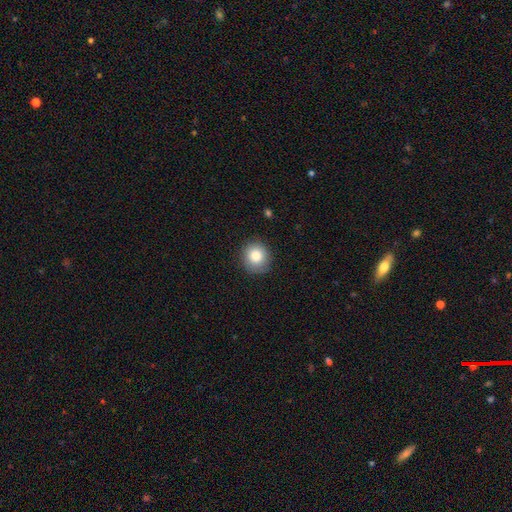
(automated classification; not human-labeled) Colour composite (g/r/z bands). It shows a smooth galaxy with no disk features (82%) that is round (87%). Merging: none (86%).